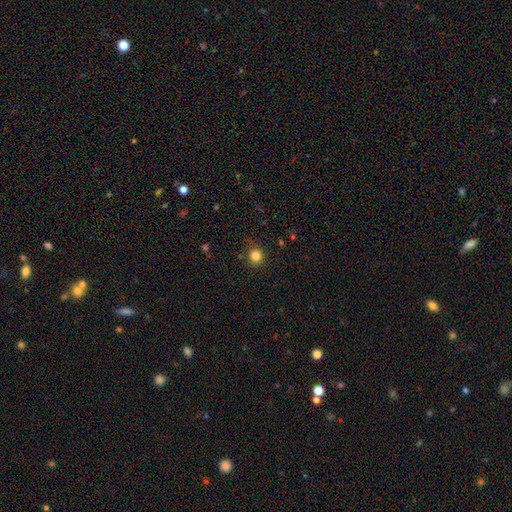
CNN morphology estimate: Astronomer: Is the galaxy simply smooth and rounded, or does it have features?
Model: smooth — 82%.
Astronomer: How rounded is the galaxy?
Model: round — 92%.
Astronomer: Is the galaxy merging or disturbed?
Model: none — 90%.